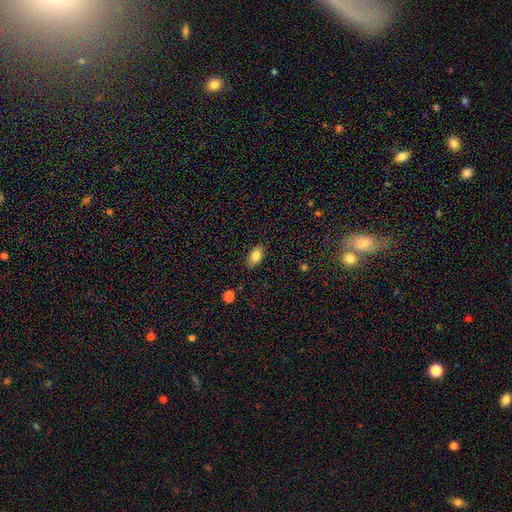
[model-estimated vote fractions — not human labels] A smooth galaxy with no disk features (82%) that is in between round and cigar-shaped (89%).

Vote fractions:
- Smooth or featured? smooth: 82% / featured or disk: 10% / star or artifact: 8%
- How rounded? in between: 89% / round: 8% / cigar-shaped: 3%
- Merging? none: 84% / minor disturbance: 12% / major disturbance: 3% / merger: 1%